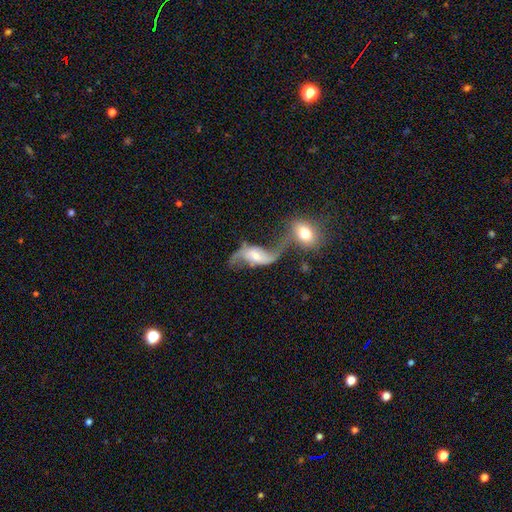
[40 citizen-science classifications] Smooth or featured? featured or disk (82%)
Edge-on disk? no (100%)
Bar? weak (64%)
Spiral arms? yes (94%)
Spiral winding? loose (100%)
Spiral arm count? 2 (100%)
Bulge size? small (52%)
Merging? merger (62%)